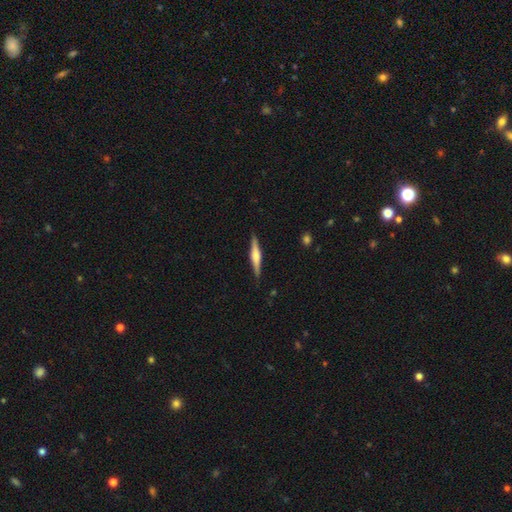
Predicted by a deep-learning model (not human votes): Smooth or featured?
  - featured or disk: 65% *
  - smooth: 30%
  - star or artifact: 6%
Edge-on disk?
  - yes: 98% *
  - no: 2%
Edge-on bulge?
  - rounded: 73% *
  - boxy: 20%
  - none: 7%
Merging?
  - none: 90% *
  - minor disturbance: 7%
  - major disturbance: 2%
  - merger: 1%